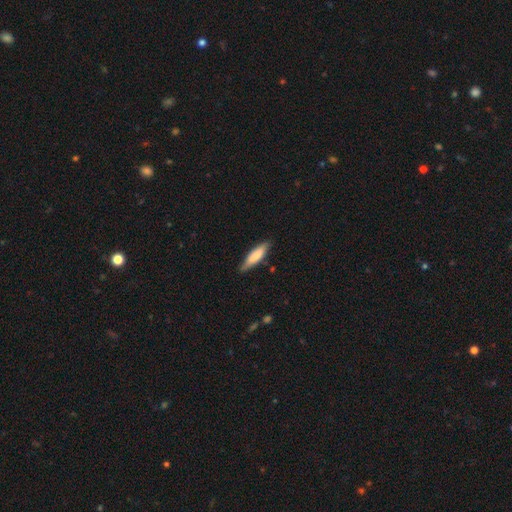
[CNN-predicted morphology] This is likely a smooth galaxy (75%). How rounded: likely cigar-shaped (67%). Merging: clearly none (81%).